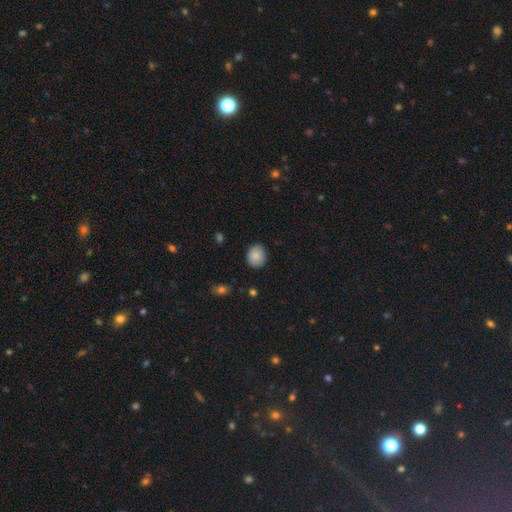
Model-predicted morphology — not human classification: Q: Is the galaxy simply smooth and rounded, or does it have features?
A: smooth — 87%.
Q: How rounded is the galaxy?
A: round — 65%.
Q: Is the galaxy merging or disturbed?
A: none — 86%.